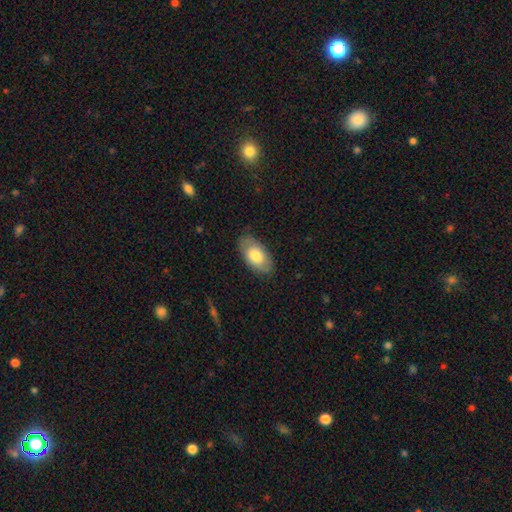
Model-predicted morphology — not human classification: This appears to be a smooth galaxy with no disk features (73%) that is in between round and cigar-shaped (94%). Merging: none (82%).